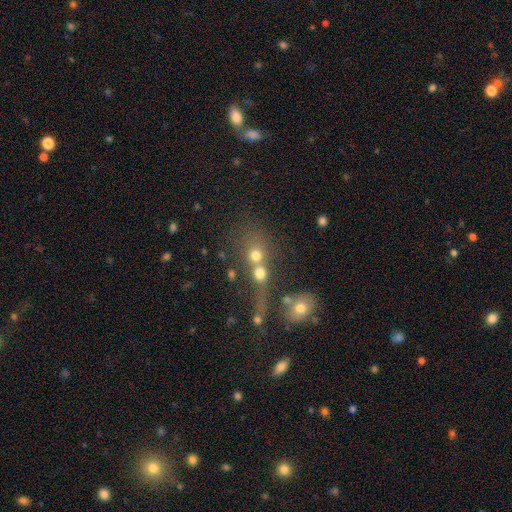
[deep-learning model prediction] smooth_or_featured: smooth (p=0.65) [alt: featured or disk p=0.18]
how_rounded: round (p=0.74) [alt: in between p=0.22]
merging: merger (p=0.57) [alt: none p=0.28]